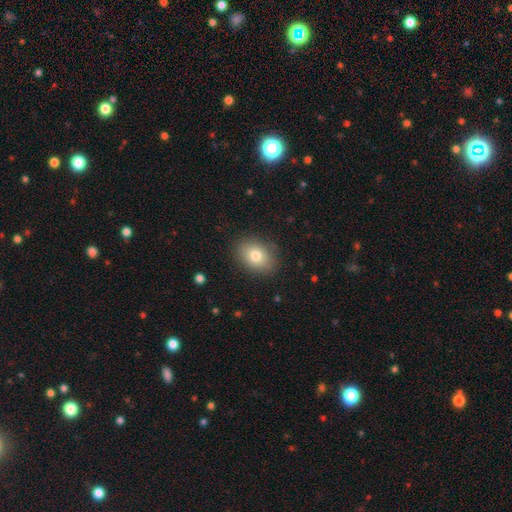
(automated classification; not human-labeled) Morphology: type=smooth (79%); roundness=in between (77%); merging=none (86%).